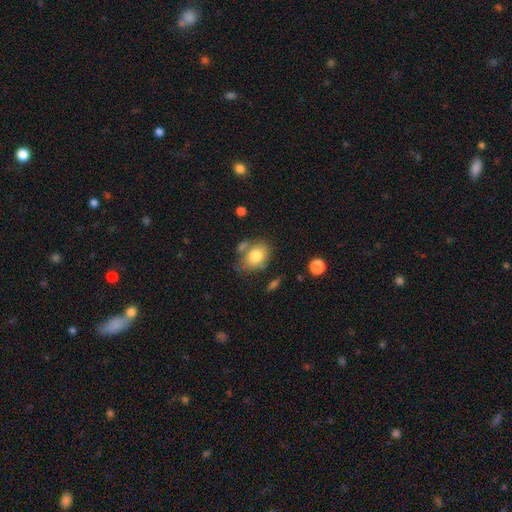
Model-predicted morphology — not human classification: Smooth or featured?
  - smooth: 79% *
  - featured or disk: 13%
  - star or artifact: 8%
How rounded?
  - in between: 61% *
  - round: 38%
  - cigar-shaped: 1%
Merging?
  - none: 58% *
  - minor disturbance: 20%
  - merger: 14%
  - major disturbance: 7%